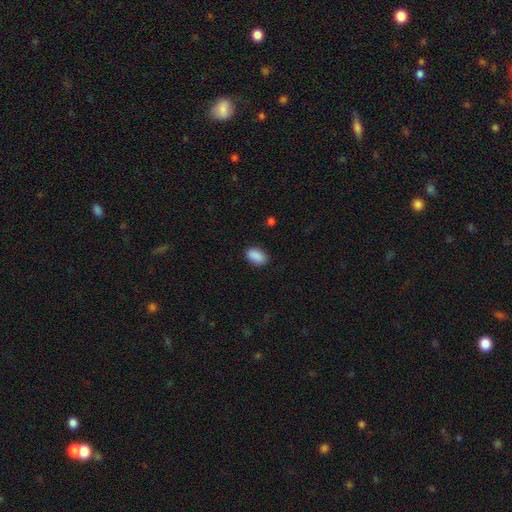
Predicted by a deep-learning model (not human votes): Smooth or featured? Predicted: smooth (p=0.90). How rounded? Predicted: in between (p=0.91). Merging? Predicted: none (p=0.86).